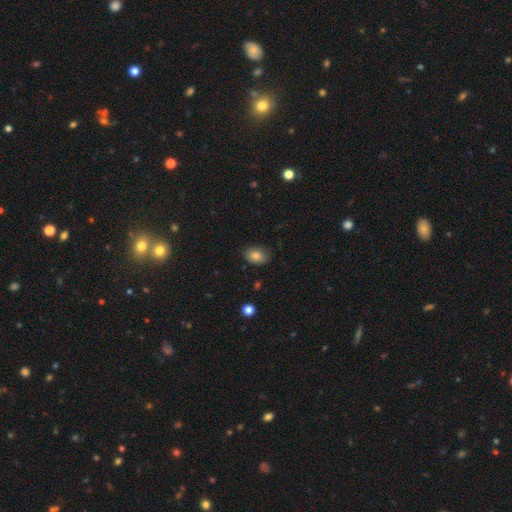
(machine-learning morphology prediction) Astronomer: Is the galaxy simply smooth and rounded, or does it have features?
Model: smooth — 82%.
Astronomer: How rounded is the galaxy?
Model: in between — 77%.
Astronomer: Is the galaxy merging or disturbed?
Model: none — 80%.